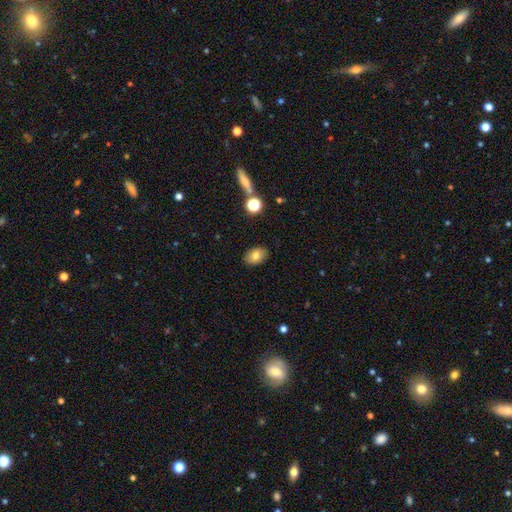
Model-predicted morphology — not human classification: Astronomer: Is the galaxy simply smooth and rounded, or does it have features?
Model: smooth — 78%.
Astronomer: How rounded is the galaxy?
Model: in between — 83%.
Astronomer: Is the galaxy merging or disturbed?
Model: none — 87%.